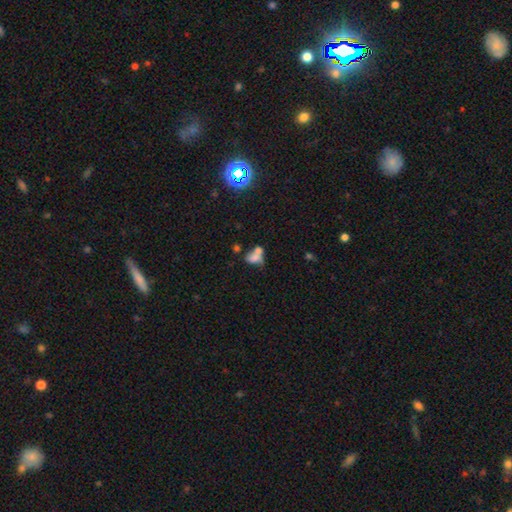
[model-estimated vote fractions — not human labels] smooth 62%, featured or disk 23%, star or artifact 15%. Down the decision tree: how rounded — in between (74%); merging — merger (59%).